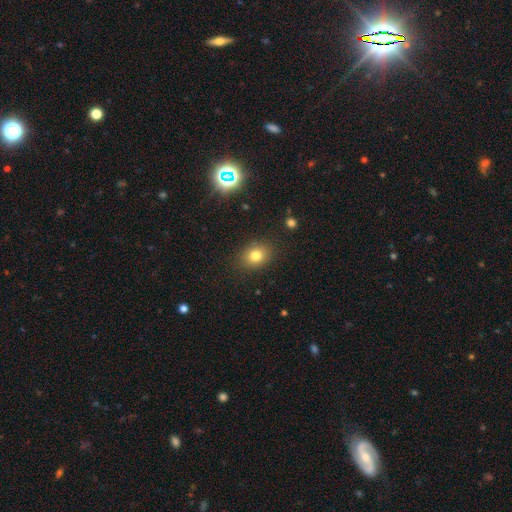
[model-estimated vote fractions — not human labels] This appears to be a smooth galaxy with no disk features (78%) that is round (51%). Merging: none (86%).